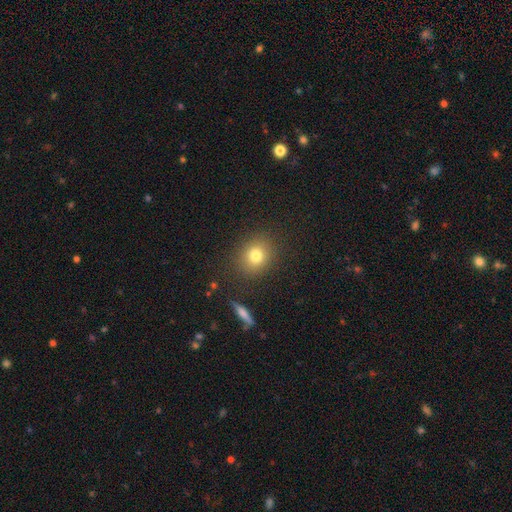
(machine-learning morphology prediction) smooth 78%, star or artifact 13%, featured or disk 10%. Down the decision tree: how rounded — round (73%); merging — none (86%).